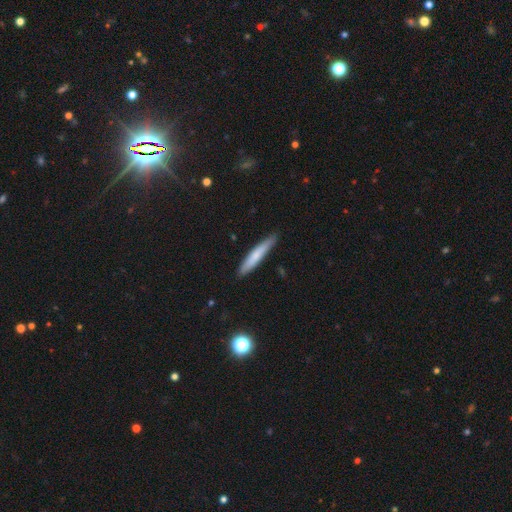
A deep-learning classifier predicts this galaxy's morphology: smooth 71%, featured or disk 24%, star or artifact 5%. Down the decision tree: how rounded — cigar-shaped (93%); merging — none (88%).